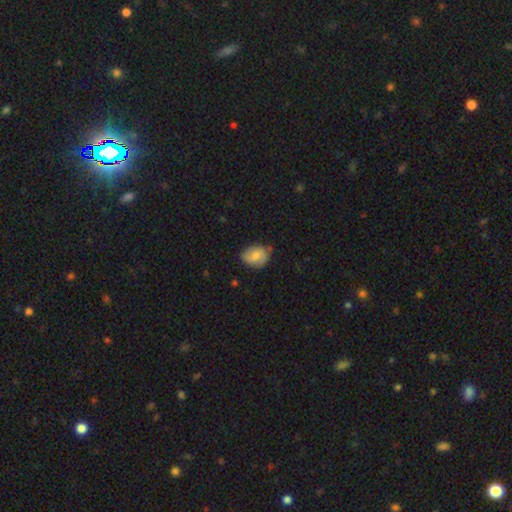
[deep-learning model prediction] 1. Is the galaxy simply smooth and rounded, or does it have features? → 64% smooth, 29% featured or disk, 7% star or artifact.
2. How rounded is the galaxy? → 62% in between, 37% round, 1% cigar-shaped.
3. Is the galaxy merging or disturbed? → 68% none, 25% minor disturbance, 5% major disturbance, 2% merger.